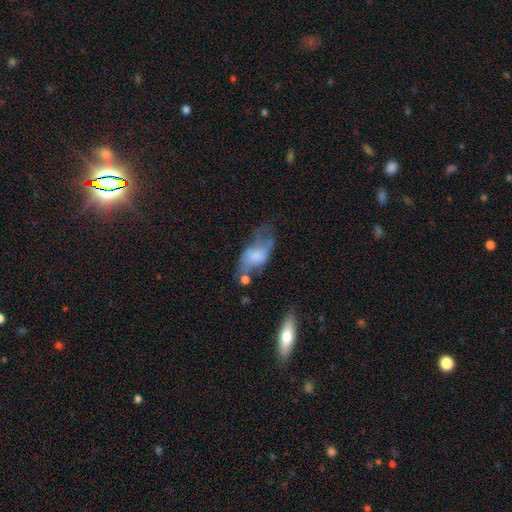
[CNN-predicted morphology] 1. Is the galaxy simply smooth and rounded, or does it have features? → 52% smooth, 40% featured or disk, 9% star or artifact.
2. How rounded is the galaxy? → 89% in between, 6% cigar-shaped, 6% round.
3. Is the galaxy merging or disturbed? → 36% major disturbance, 27% none, 26% minor disturbance, 12% merger.